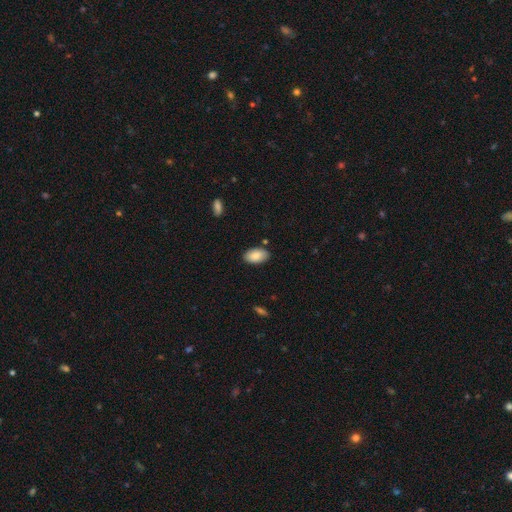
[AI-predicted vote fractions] smooth-or-featured: smooth: 86% | featured or disk: 8% | star or artifact: 7%
  how-rounded: in between: 95% | round: 4% | cigar-shaped: 2%
  merging: none: 85% | minor disturbance: 11% | major disturbance: 2% | merger: 2%